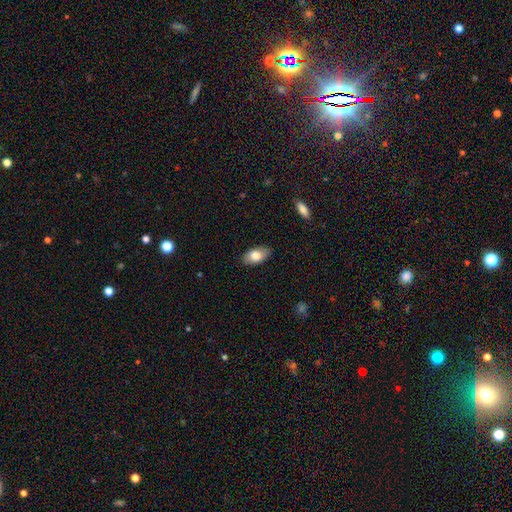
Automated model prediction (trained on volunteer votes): Q: Smooth or featured?
A: smooth (80%); runner-up: featured or disk (14%)
Q: How rounded?
A: in between (93%); runner-up: round (4%)
Q: Merging?
A: none (86%); runner-up: minor disturbance (11%)